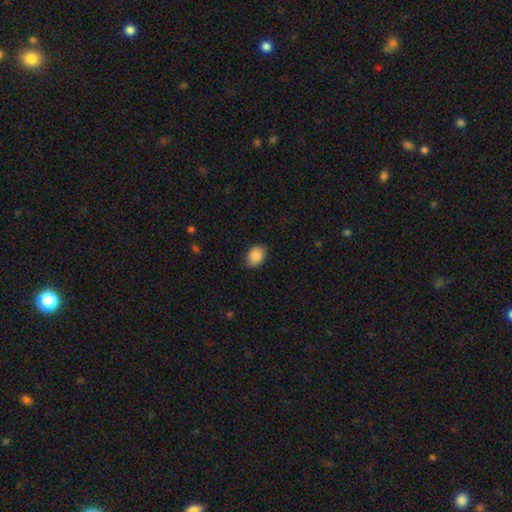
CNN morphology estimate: This is clearly a smooth galaxy (89%). How rounded: likely in between (65%). Merging: likely none (77%).